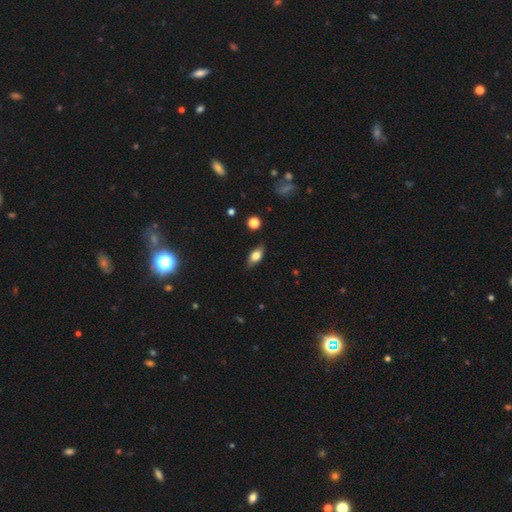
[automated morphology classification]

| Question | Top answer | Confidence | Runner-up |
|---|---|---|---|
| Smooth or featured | smooth | 71% | featured or disk (20%) |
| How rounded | in between | 84% | cigar-shaped (9%) |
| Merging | none | 83% | minor disturbance (13%) |